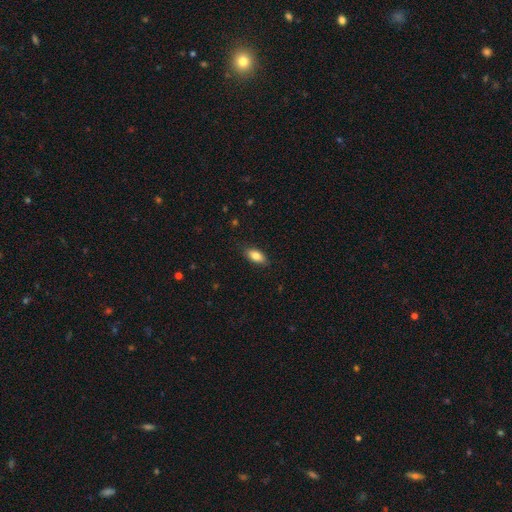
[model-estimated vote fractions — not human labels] This appears to be a smooth galaxy with no disk features (83%) that is in between round and cigar-shaped (89%). Merging: none (85%).